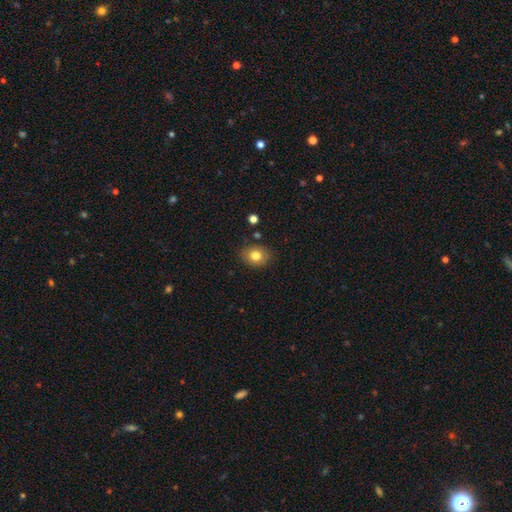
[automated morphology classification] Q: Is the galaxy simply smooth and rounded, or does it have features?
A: smooth — 80%.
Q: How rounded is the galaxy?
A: round — 55%.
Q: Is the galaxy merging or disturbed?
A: none — 82%.